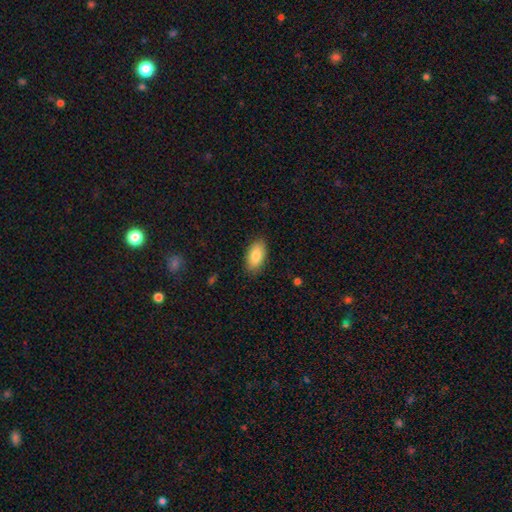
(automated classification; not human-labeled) Smooth or featured? smooth (86%)
How rounded? in between (94%)
Merging? none (86%)